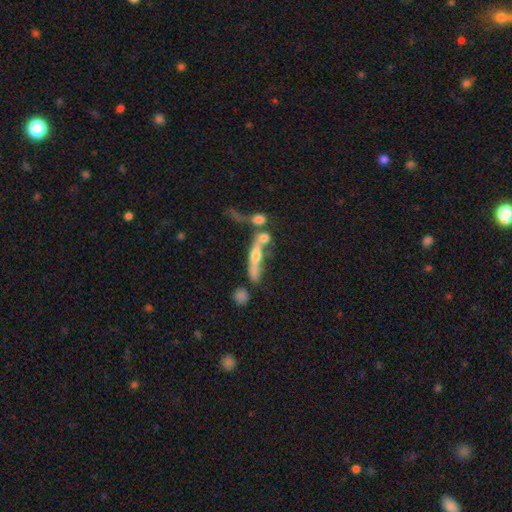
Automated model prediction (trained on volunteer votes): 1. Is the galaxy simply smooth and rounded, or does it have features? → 59% featured or disk, 30% smooth, 11% star or artifact.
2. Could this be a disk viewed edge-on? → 72% yes, 28% no.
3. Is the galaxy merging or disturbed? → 43% merger, 29% none, 14% major disturbance, 13% minor disturbance.